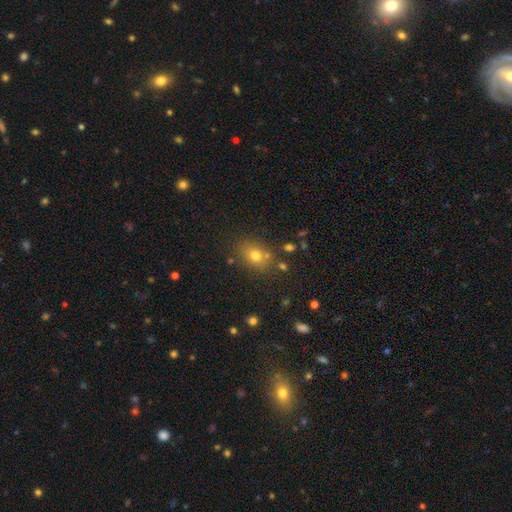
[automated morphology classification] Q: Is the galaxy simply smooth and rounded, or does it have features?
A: smooth — 72%.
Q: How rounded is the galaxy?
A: in between — 52%.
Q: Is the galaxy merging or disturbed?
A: none — 76%.